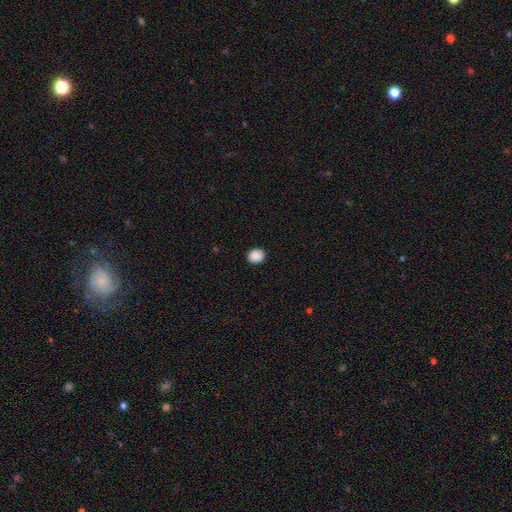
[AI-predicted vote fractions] This appears to be a smooth galaxy with no disk features (89%) that is round (67%). Merging: none (90%).